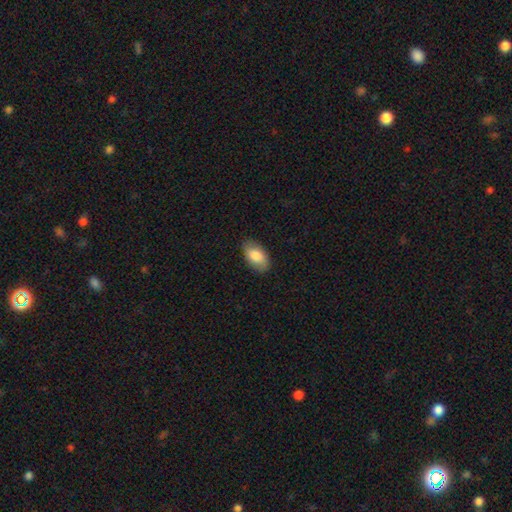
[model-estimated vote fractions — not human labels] Q: Smooth or featured?
A: smooth (81%); runner-up: featured or disk (13%)
Q: How rounded?
A: in between (94%); runner-up: round (4%)
Q: Merging?
A: none (84%); runner-up: minor disturbance (12%)